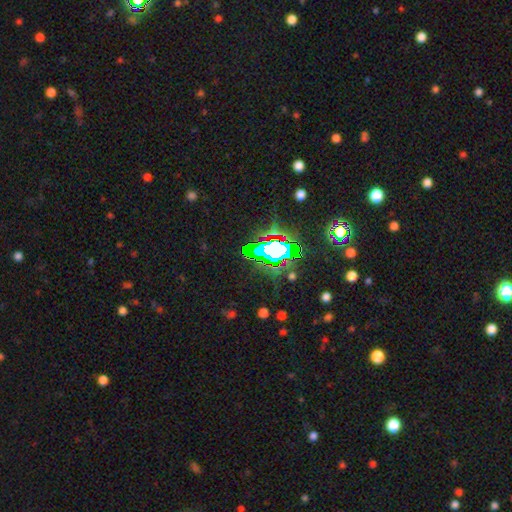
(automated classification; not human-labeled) This is clearly a star or artifact rather than a galaxy (81%).